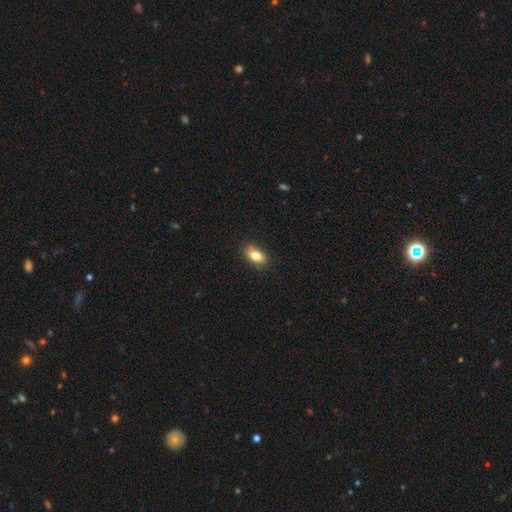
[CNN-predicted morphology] Overall: smooth (77%). How rounded: in between (86%). Merging: none (83%).